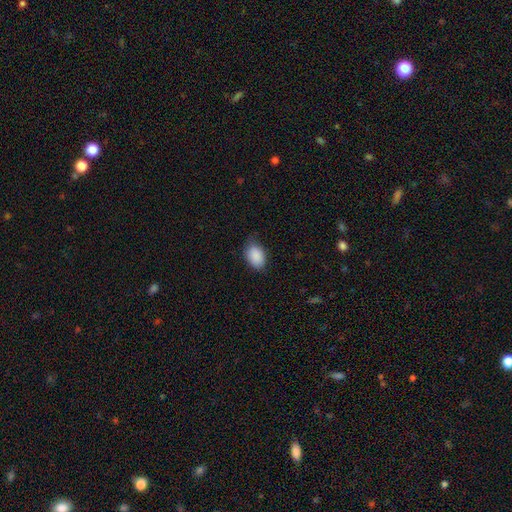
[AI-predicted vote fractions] smooth-or-featured: smooth: 89% | star or artifact: 7% | featured or disk: 4%
  how-rounded: in between: 83% | round: 16% | cigar-shaped: 1%
  merging: none: 68% | minor disturbance: 26% | major disturbance: 5% | merger: 1%